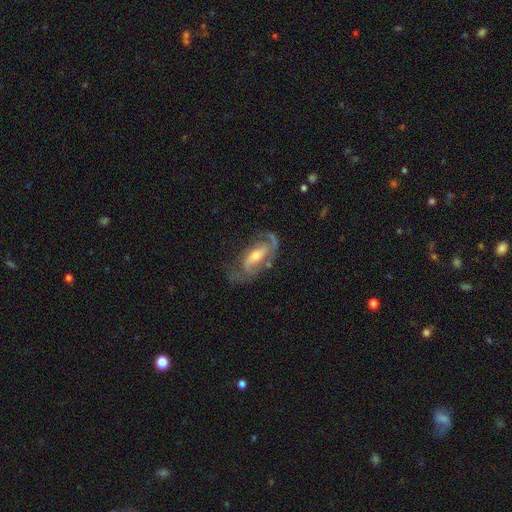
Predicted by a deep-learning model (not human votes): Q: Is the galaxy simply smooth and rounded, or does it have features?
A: featured or disk — 79%.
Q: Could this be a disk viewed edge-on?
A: no — 92%.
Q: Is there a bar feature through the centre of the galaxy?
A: weak — 41%.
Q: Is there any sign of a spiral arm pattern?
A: yes — 90%.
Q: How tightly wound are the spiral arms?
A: medium — 46%.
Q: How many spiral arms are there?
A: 2 — 66%.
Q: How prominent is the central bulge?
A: moderate — 52%.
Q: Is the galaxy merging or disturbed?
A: none — 57%.